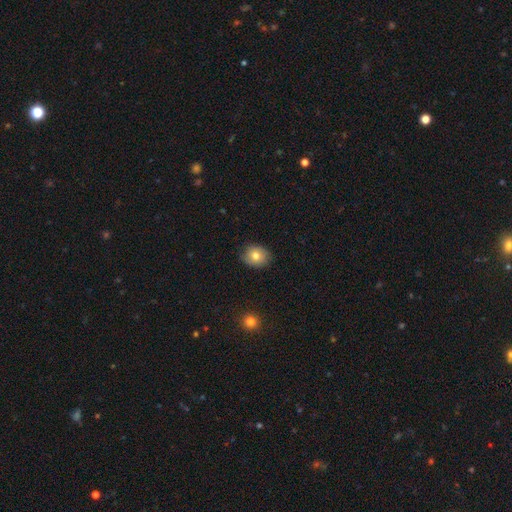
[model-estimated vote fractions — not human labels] The model was most divided on "how rounded": round: 59%, in between: 40%, cigar-shaped: 1%. More confident: merging — none (81%); smooth or featured — smooth (76%).